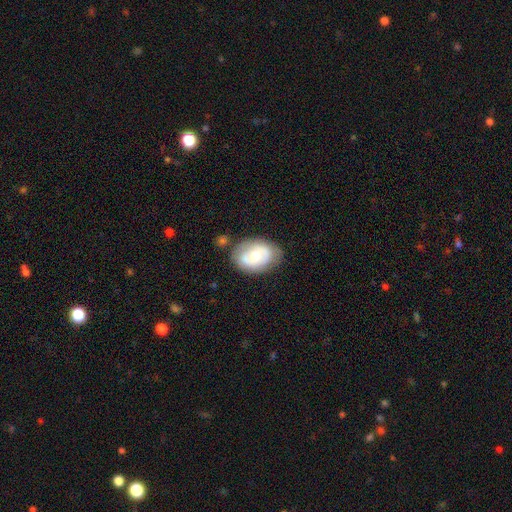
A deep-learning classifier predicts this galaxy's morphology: This appears to be a featured or disk galaxy (51%). Merging: none (68%).